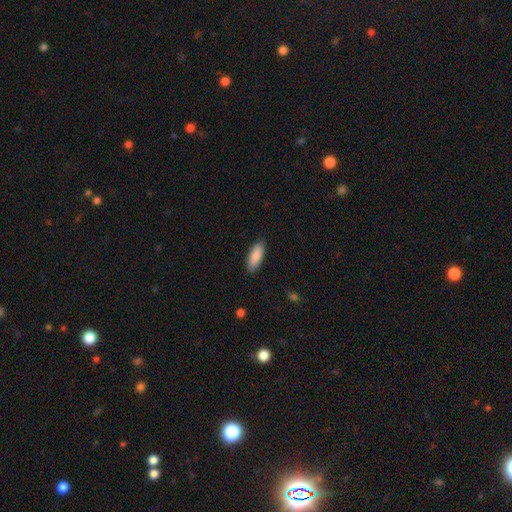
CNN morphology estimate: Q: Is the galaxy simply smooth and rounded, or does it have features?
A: smooth — 88%.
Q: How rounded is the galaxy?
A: in between — 68%.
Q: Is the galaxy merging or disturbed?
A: none — 88%.